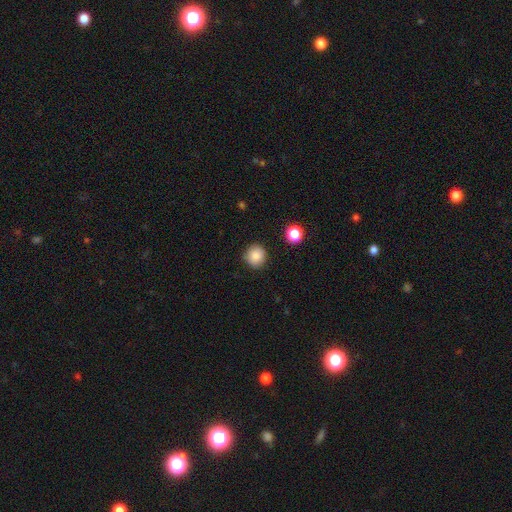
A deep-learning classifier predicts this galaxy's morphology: The model was most divided on "smooth or featured": smooth: 86%, star or artifact: 10%, featured or disk: 4%. More confident: how rounded — round (92%); merging — none (89%).